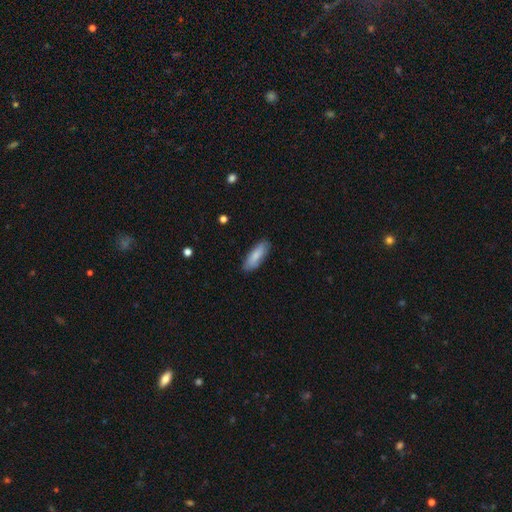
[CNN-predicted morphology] Smooth or featured? smooth (82%)
How rounded? in between (61%)
Merging? none (85%)